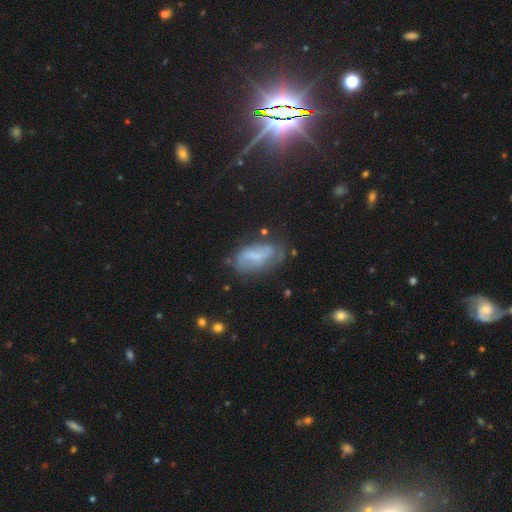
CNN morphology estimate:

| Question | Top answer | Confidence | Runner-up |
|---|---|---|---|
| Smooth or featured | featured or disk | 45% | smooth (43%) |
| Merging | none | 52% | minor disturbance (29%) |